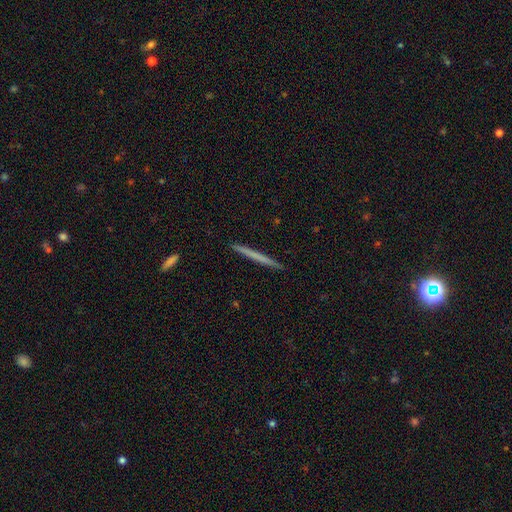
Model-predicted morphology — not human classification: smooth_or_featured: smooth (p=0.54) [alt: featured or disk p=0.40]
how_rounded: cigar-shaped (p=0.97) [alt: in between p=0.01]
merging: none (p=0.93) [alt: minor disturbance p=0.05]